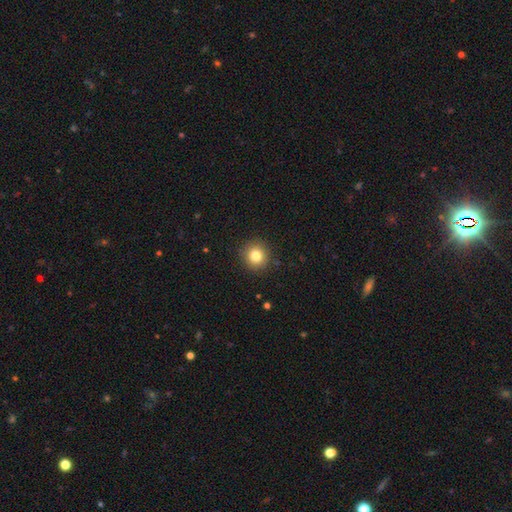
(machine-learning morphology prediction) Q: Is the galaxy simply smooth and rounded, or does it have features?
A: smooth — 81%.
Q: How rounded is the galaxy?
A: round — 92%.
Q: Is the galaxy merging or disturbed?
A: none — 91%.